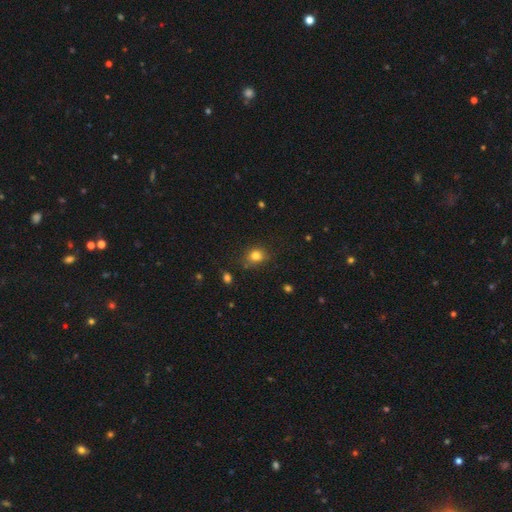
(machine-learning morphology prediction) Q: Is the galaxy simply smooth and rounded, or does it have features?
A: smooth — 81%.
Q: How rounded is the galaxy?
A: round — 60%.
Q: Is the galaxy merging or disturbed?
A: none — 77%.